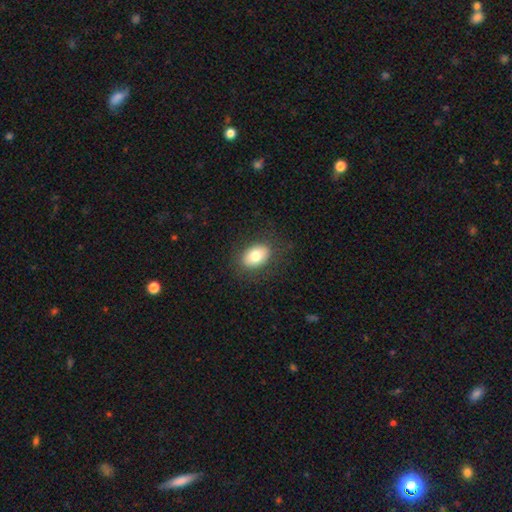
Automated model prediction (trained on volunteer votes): Morphology: type=smooth (79%); roundness=in between (82%); merging=none (85%).